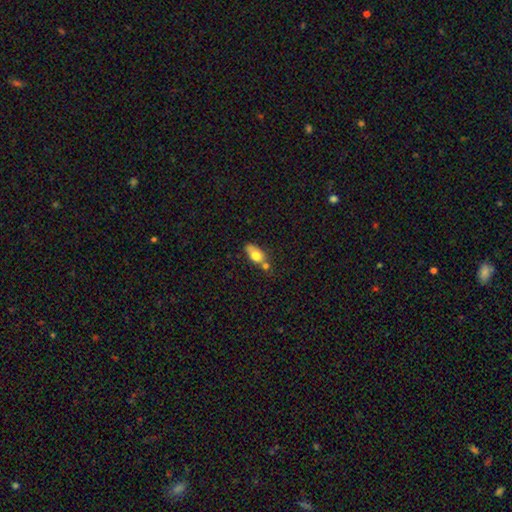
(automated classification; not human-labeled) Smooth or featured?
  - smooth: 71% *
  - featured or disk: 21%
  - star or artifact: 8%
How rounded?
  - in between: 81% *
  - cigar-shaped: 10%
  - round: 9%
Merging?
  - none: 45% *
  - merger: 29%
  - minor disturbance: 20%
  - major disturbance: 6%